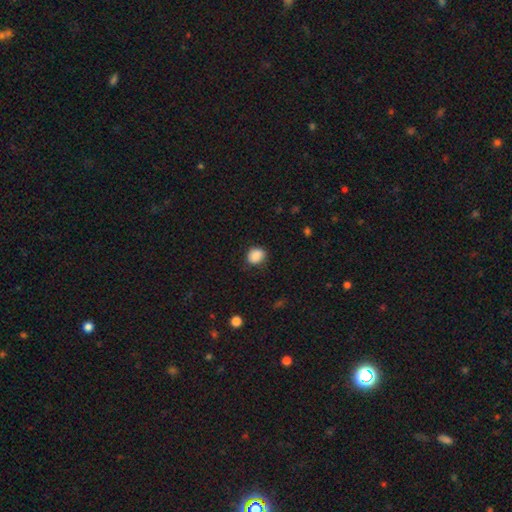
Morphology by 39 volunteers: This is clearly a smooth galaxy (97%). How rounded: possibly round (55%). Merging: likely none (79%).